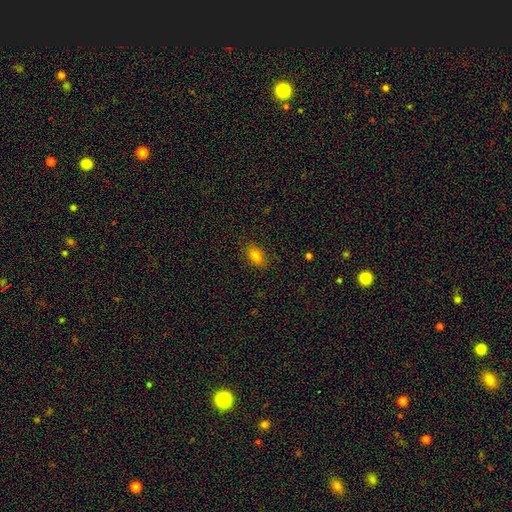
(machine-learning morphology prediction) Smooth or featured: smooth — 80% (star or artifact — 11%)
How rounded: in between — 85% (round — 12%)
Merging: none — 86% (minor disturbance — 10%)